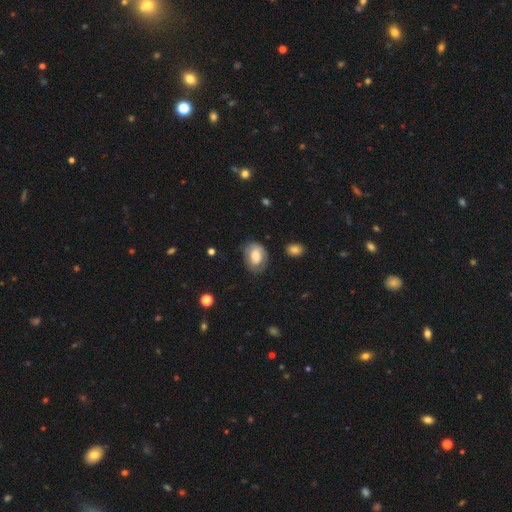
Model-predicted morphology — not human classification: A smooth galaxy with no disk features (61%) that is in between round and cigar-shaped (75%).

Vote fractions:
- Smooth or featured? smooth: 61% / featured or disk: 31% / star or artifact: 8%
- How rounded? in between: 75% / round: 24% / cigar-shaped: 1%
- Merging? none: 67% / minor disturbance: 22% / major disturbance: 8% / merger: 2%